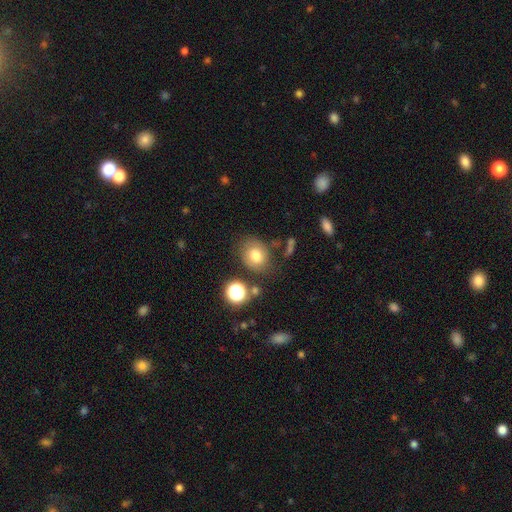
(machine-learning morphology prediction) Overall: smooth (73%). How rounded: round (61%; in between 38%). Merging: none (71%).